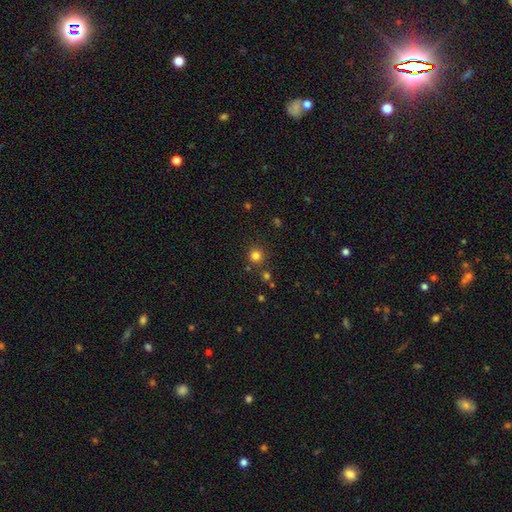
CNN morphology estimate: Smooth or featured?
  - smooth: 79% *
  - star or artifact: 17%
  - featured or disk: 5%
How rounded?
  - round: 94% *
  - in between: 5%
  - cigar-shaped: 1%
Merging?
  - none: 84% *
  - merger: 7%
  - minor disturbance: 6%
  - major disturbance: 2%